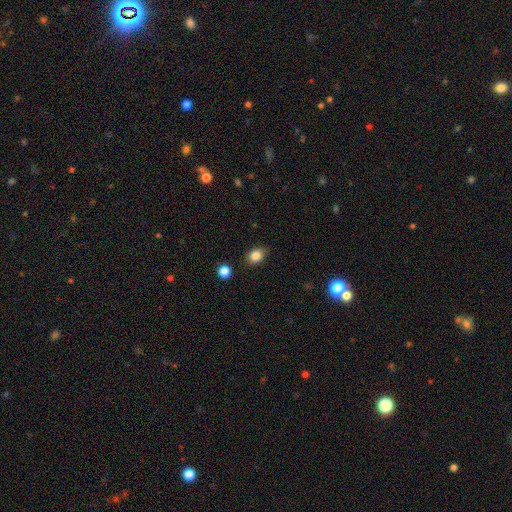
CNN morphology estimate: Q: Smooth or featured?
A: smooth (84%); runner-up: star or artifact (10%)
Q: How rounded?
A: in between (60%); runner-up: round (39%)
Q: Merging?
A: none (81%); runner-up: minor disturbance (14%)